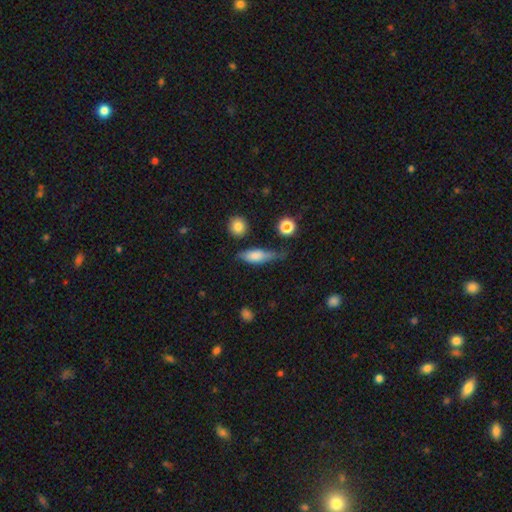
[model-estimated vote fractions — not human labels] Smooth or featured?
  - smooth: 66% *
  - featured or disk: 25%
  - star or artifact: 8%
How rounded?
  - in between: 52% *
  - cigar-shaped: 43%
  - round: 5%
Merging?
  - none: 44% *
  - minor disturbance: 36%
  - major disturbance: 15%
  - merger: 5%